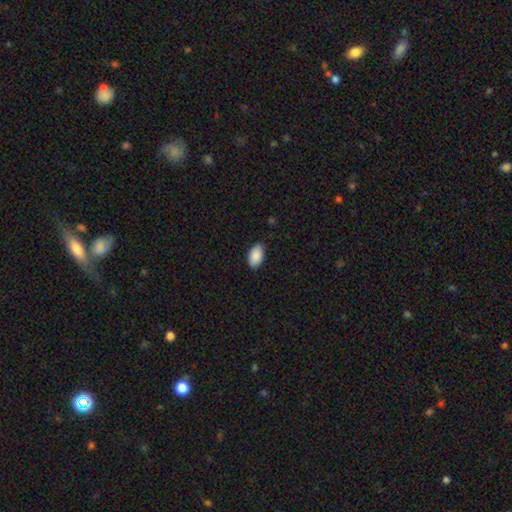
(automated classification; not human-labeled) A smooth galaxy with no disk features (90%) that is in between round and cigar-shaped (95%).

Vote fractions:
- Smooth or featured? smooth: 90% / star or artifact: 6% / featured or disk: 4%
- How rounded? in between: 95% / round: 4% / cigar-shaped: 2%
- Merging? none: 85% / minor disturbance: 12% / major disturbance: 2% / merger: 1%